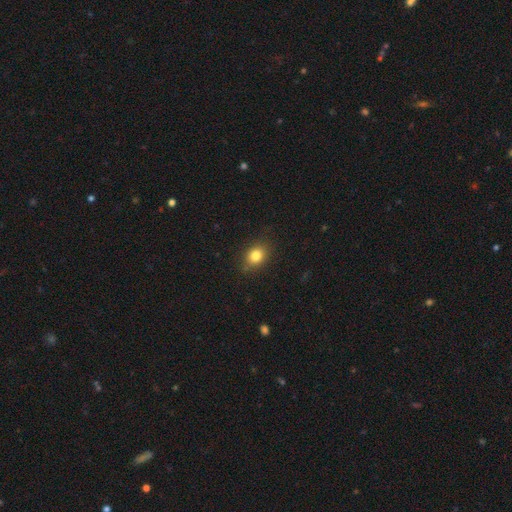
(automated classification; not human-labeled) This appears to be a smooth galaxy with no disk features (82%) that is in between round and cigar-shaped (53%). Merging: none (83%).